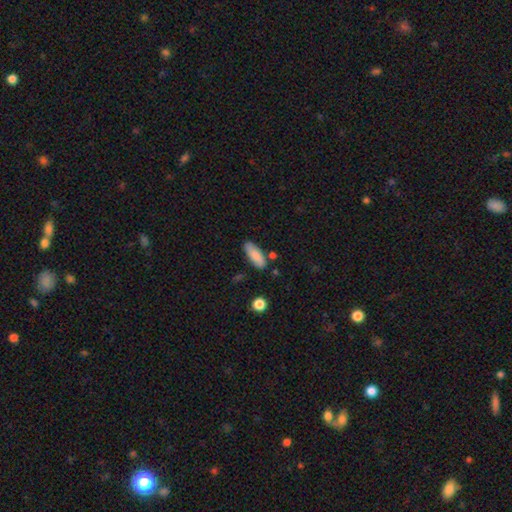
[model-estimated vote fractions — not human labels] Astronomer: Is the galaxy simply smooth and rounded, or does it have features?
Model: smooth — 82%.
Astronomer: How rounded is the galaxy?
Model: in between — 71%.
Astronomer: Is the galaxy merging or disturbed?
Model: none — 76%.